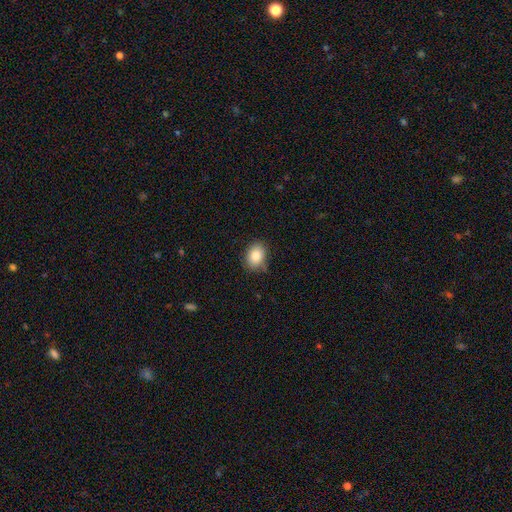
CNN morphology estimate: This is clearly a smooth galaxy (85%). How rounded: likely in between (64%). Merging: likely none (79%).